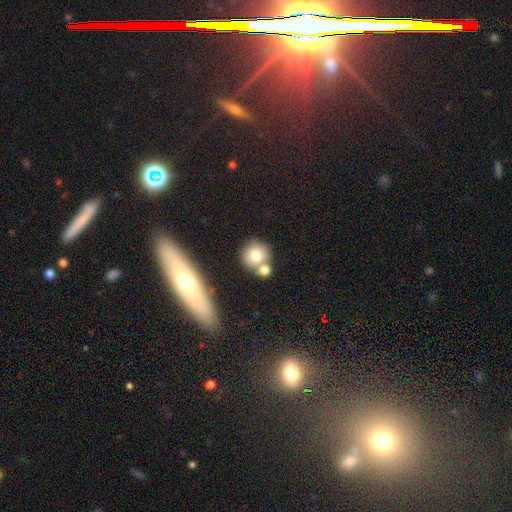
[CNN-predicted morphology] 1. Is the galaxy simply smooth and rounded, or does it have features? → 77% smooth, 14% featured or disk, 10% star or artifact.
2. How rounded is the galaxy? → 87% round, 11% in between, 1% cigar-shaped.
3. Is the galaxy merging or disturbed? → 59% none, 27% merger, 10% minor disturbance, 3% major disturbance.